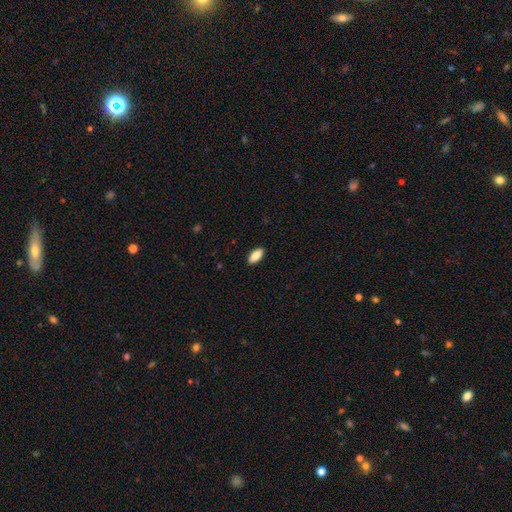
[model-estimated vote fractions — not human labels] smooth_or_featured: smooth (p=0.86) [alt: featured or disk p=0.07]
how_rounded: in between (p=0.87) [alt: cigar-shaped p=0.11]
merging: none (p=0.89) [alt: minor disturbance p=0.08]